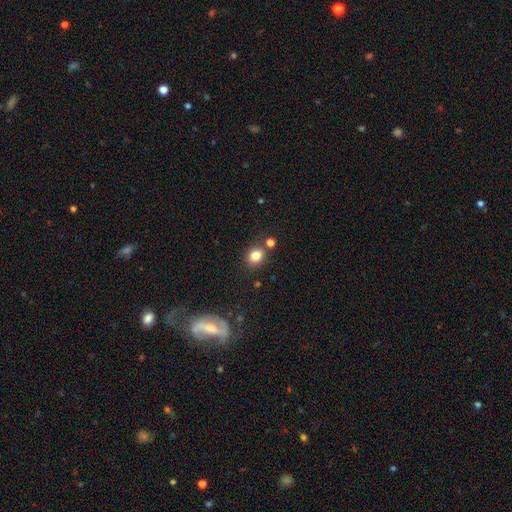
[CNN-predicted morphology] Smooth or featured: smooth — 81% (star or artifact — 12%)
How rounded: round — 59% (in between — 40%)
Merging: none — 75% (minor disturbance — 11%)